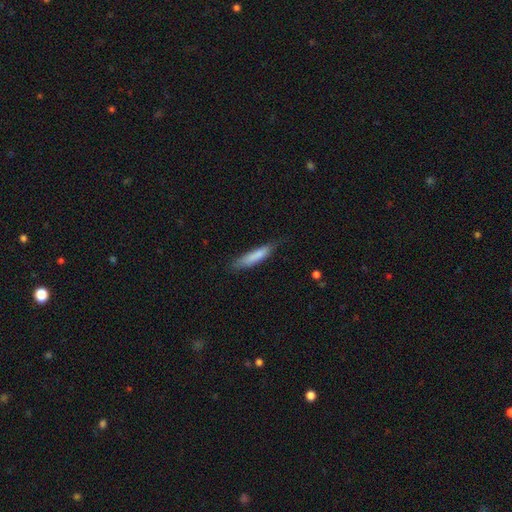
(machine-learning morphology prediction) Smooth or featured? Predicted: smooth (p=0.80). How rounded? Predicted: cigar-shaped (p=0.82). Merging? Predicted: none (p=0.70).